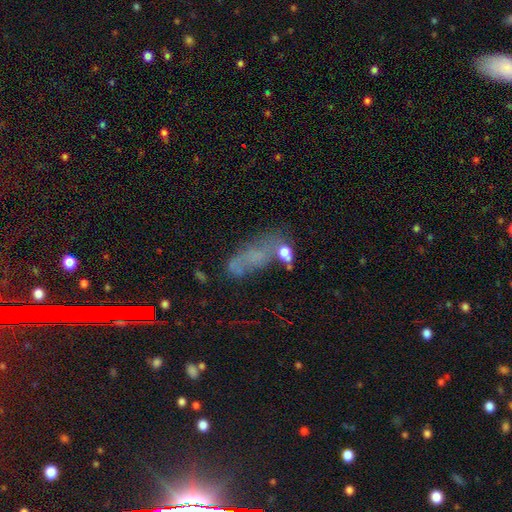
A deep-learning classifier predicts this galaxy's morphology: smooth 44%, featured or disk 32%, star or artifact 24%. Down the decision tree: merging — none (42%).